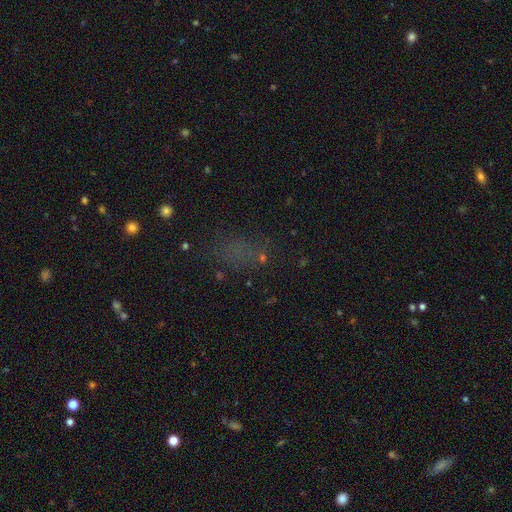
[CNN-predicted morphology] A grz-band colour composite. It shows a smooth galaxy with no disk features (48%). Merging: none (61%).